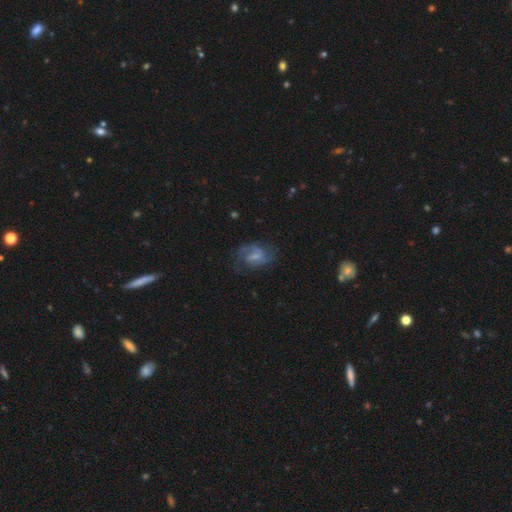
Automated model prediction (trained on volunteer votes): Overall: featured or disk (68%). Edge-on disk: no (97%). Bar: weak (54%; no 30%). Spiral arms: yes (87%). Spiral arm count: 2 (60%). Spiral winding: medium (46%; loose 32%). Bulge size: small (40%; none 31%). Merging: none (57%; minor disturbance 22%).